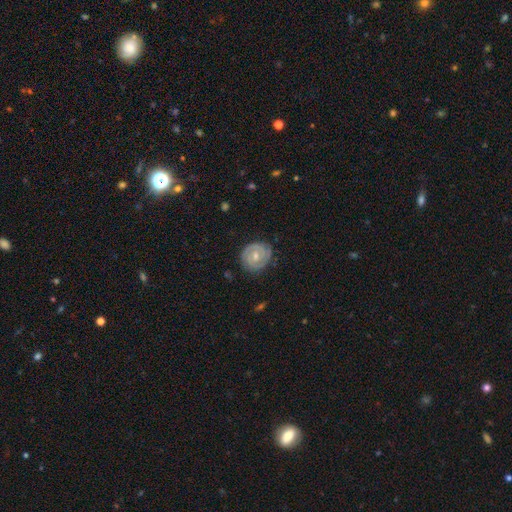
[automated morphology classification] type=featured or disk (77%); edge-on=no (97%); bar=no (49%); spiral arms=yes (91%); winding=tight (74%); arm count=2 (72%); bulge=moderate (57%); merging=none (80%).